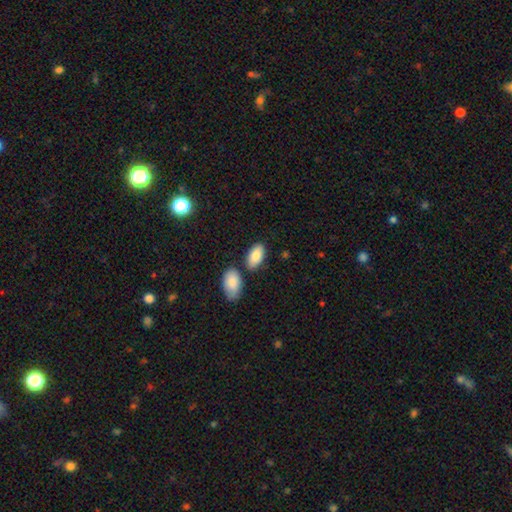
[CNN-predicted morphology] The model was most divided on "merging": none: 75%, minor disturbance: 11%, merger: 11%, major disturbance: 3%. More confident: how rounded — in between (94%); smooth or featured — smooth (86%).